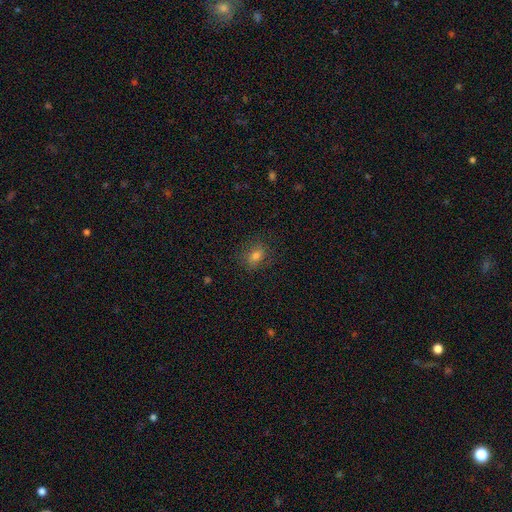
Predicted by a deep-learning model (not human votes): Q: Smooth or featured?
A: smooth (71%); runner-up: star or artifact (15%)
Q: How rounded?
A: in between (57%); runner-up: round (41%)
Q: Merging?
A: none (80%); runner-up: minor disturbance (14%)